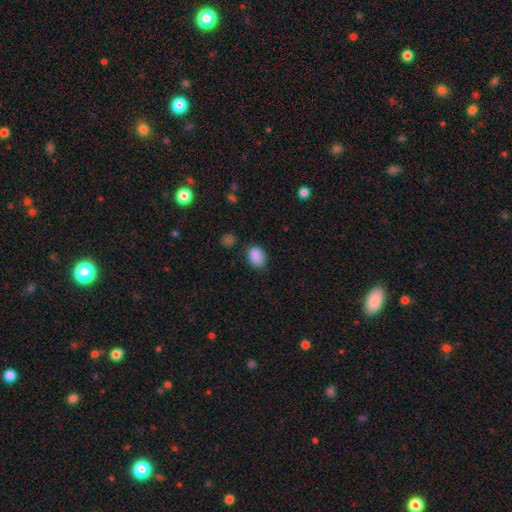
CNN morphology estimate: smooth_or_featured: smooth (p=0.87) [alt: star or artifact p=0.09]
how_rounded: in between (p=0.69) [alt: round p=0.30]
merging: none (p=0.73) [alt: minor disturbance p=0.18]